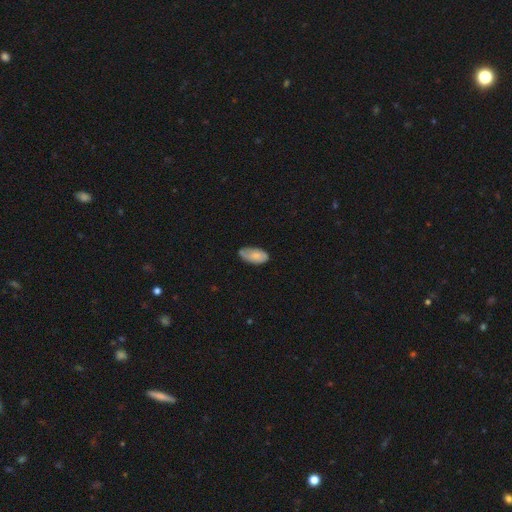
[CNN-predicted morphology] smooth-or-featured: smooth: 72% | featured or disk: 21% | star or artifact: 7%
  how-rounded: in between: 94% | cigar-shaped: 4% | round: 3%
  merging: none: 57% | minor disturbance: 34% | major disturbance: 7% | merger: 3%